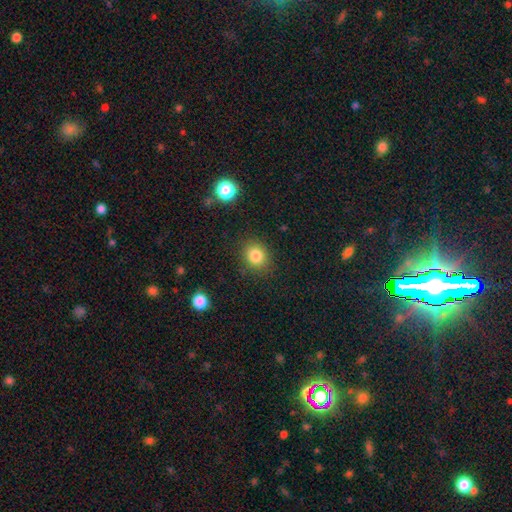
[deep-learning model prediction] Smooth or featured? smooth (82%)
How rounded? round (68%)
Merging? none (86%)